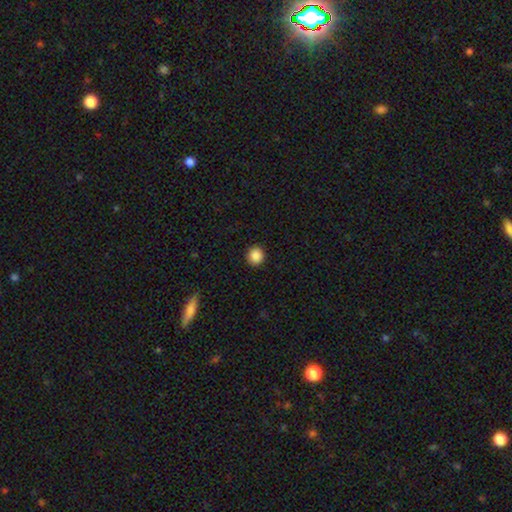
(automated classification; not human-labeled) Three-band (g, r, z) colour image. It shows a smooth galaxy with no disk features (87%) that is round (92%). Merging: none (93%).